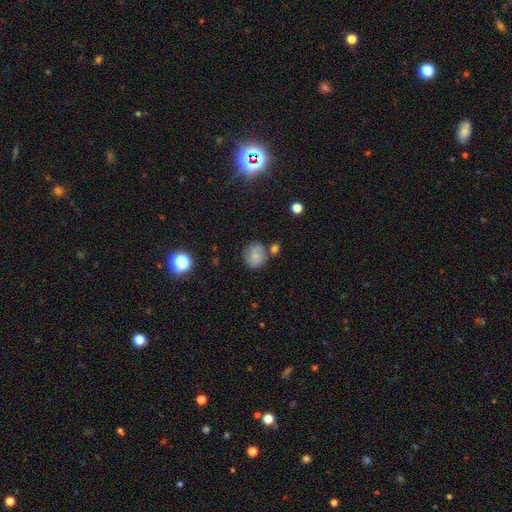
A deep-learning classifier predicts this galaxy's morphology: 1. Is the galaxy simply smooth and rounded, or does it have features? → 80% smooth, 10% star or artifact, 9% featured or disk.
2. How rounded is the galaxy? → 86% round, 13% in between, 1% cigar-shaped.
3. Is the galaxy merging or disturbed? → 69% none, 15% minor disturbance, 11% merger, 4% major disturbance.